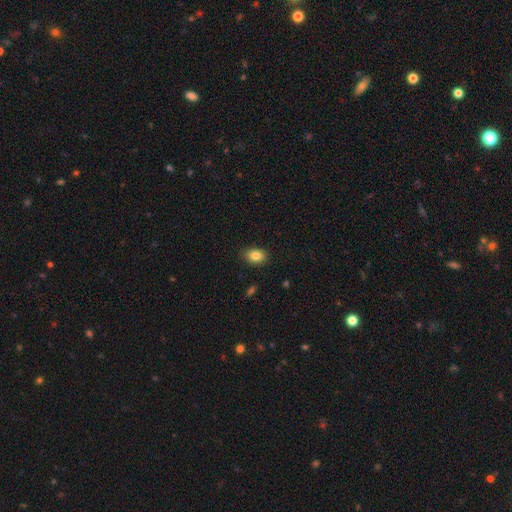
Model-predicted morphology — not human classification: type=smooth (85%); roundness=in between (78%); merging=none (87%).